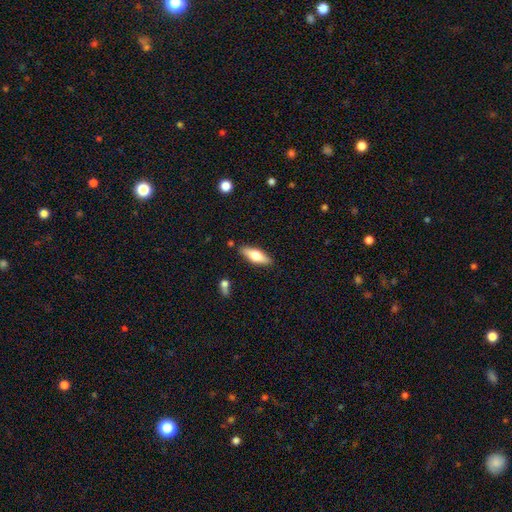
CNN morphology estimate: Overall: smooth (54%; featured or disk 40%). How rounded: in between (55%; cigar-shaped 42%). Merging: none (86%).